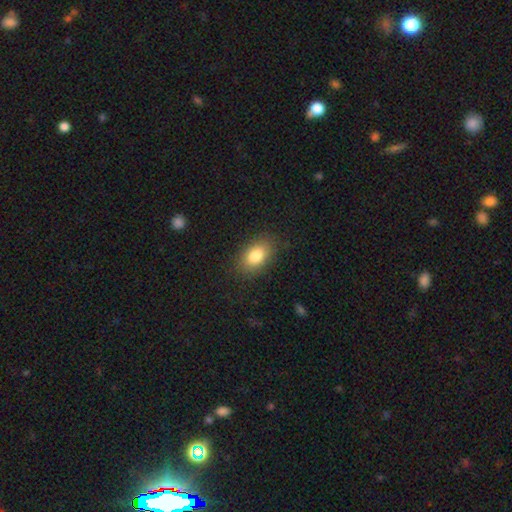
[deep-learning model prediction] The model was most divided on "merging": none: 84%, minor disturbance: 11%, major disturbance: 4%, merger: 1%. More confident: how rounded — in between (88%); smooth or featured — smooth (83%).